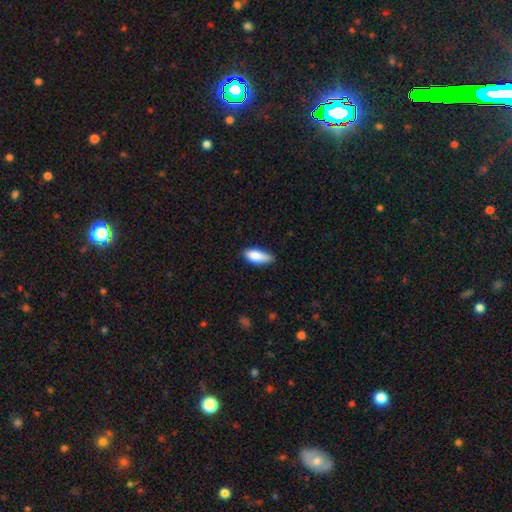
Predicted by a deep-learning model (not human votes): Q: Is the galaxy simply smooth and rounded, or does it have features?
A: smooth — 83%.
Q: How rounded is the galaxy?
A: in between — 78%.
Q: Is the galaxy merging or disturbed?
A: none — 55%.